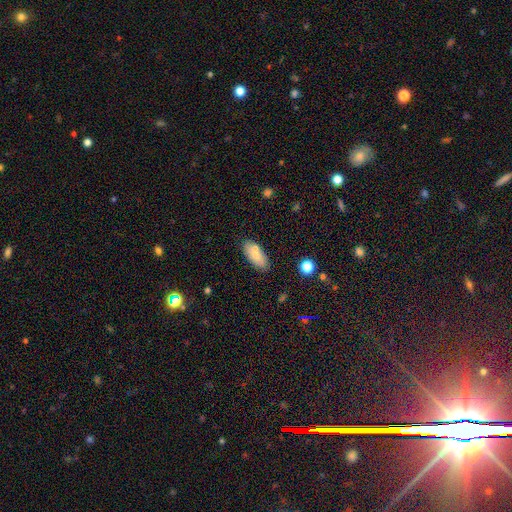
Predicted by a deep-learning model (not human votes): Morphology: type=smooth (74%); roundness=in between (84%); merging=none (73%).